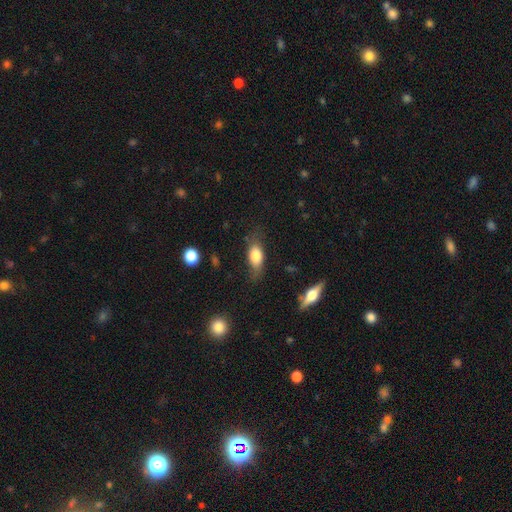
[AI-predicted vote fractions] smooth 74%, featured or disk 19%, star or artifact 8%. Down the decision tree: how rounded — in between (81%); merging — none (62%).